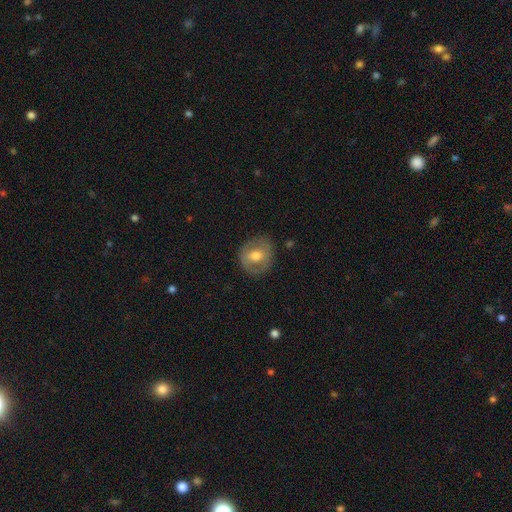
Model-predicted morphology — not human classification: smooth_or_featured: smooth (p=0.55) [alt: featured or disk p=0.38]
how_rounded: round (p=0.77) [alt: in between p=0.22]
merging: none (p=0.80) [alt: minor disturbance p=0.14]